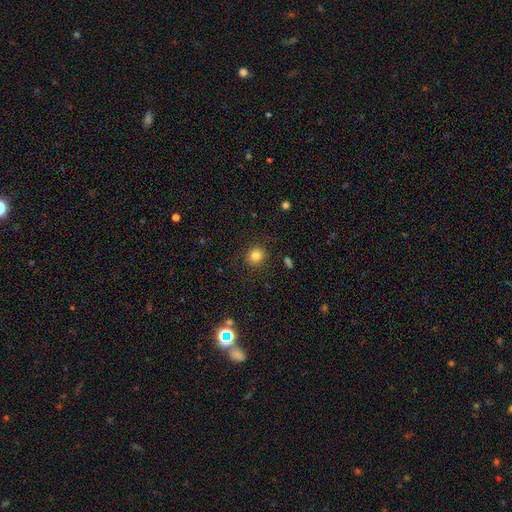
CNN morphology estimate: This is clearly a smooth galaxy (80%). How rounded: clearly round (84%). Merging: clearly none (87%).